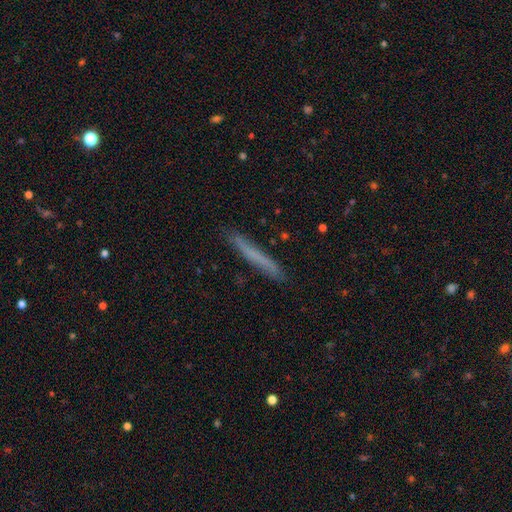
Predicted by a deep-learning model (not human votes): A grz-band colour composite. It shows a smooth galaxy with no disk features (61%) that is cigar-shaped (96%). Merging: none (88%).